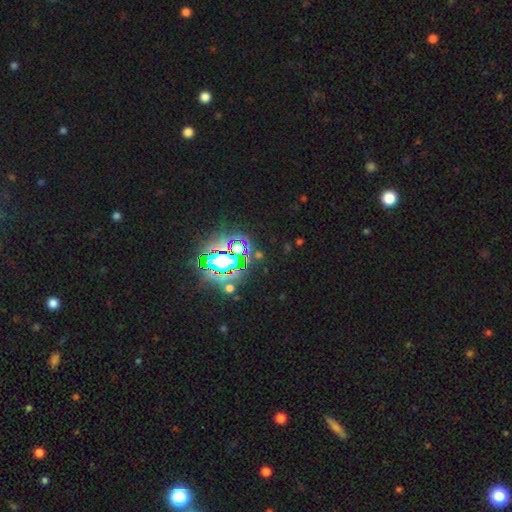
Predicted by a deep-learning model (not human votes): Smooth or featured?
  - star or artifact: 77% *
  - smooth: 13%
  - featured or disk: 10%